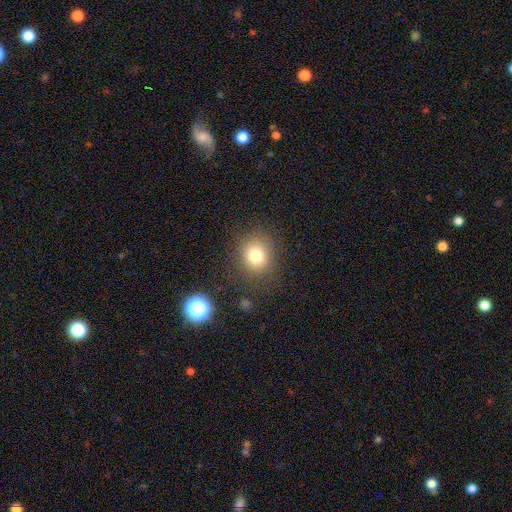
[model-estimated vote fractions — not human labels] Smooth or featured? smooth (77%)
How rounded? round (79%)
Merging? none (83%)